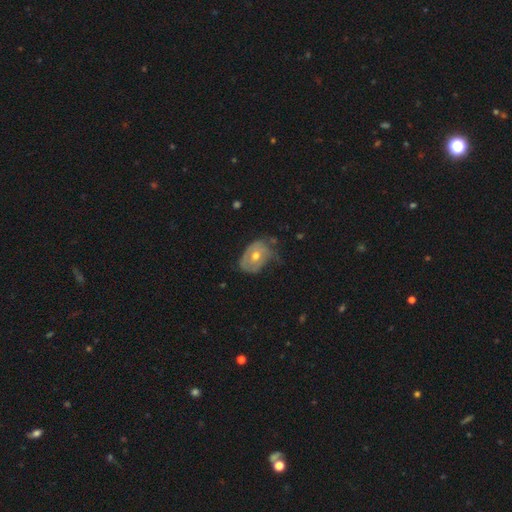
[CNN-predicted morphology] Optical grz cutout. It shows a featured or disk galaxy (54%) with no bar (83%), no spiral arms (60%) and a moderate central bulge (74%). Merging: none (39%, tied with minor disturbance).